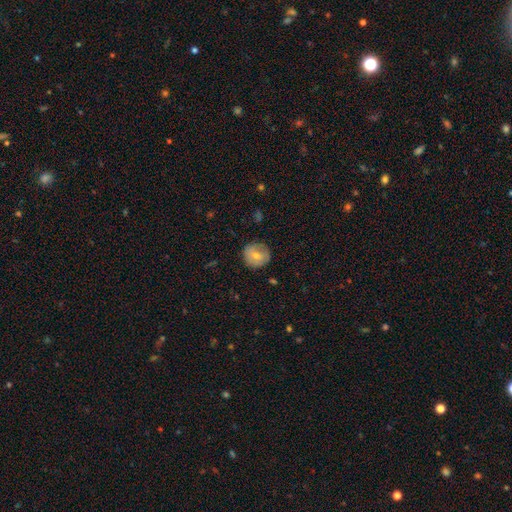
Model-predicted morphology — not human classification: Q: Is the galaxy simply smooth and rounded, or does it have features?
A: smooth — 67%.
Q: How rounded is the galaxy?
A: round — 91%.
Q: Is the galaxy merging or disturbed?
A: none — 80%.